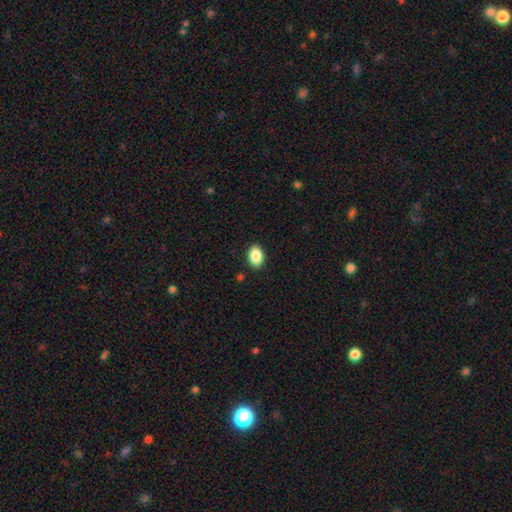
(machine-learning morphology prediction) A smooth galaxy with no disk features (88%) that is in between round and cigar-shaped (82%).

Vote fractions:
- Smooth or featured? smooth: 88% / star or artifact: 8% / featured or disk: 4%
- How rounded? in between: 82% / round: 17% / cigar-shaped: 1%
- Merging? none: 88% / minor disturbance: 9% / major disturbance: 2% / merger: 1%